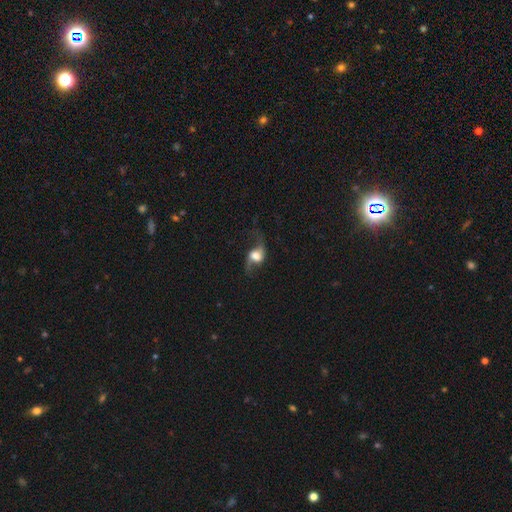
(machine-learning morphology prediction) Q: Smooth or featured?
A: featured or disk (68%); runner-up: smooth (23%)
Q: Edge-on disk?
A: no (91%); runner-up: yes (9%)
Q: Bar?
A: no (49%); runner-up: weak (35%)
Q: Spiral arms?
A: yes (90%); runner-up: no (10%)
Q: Spiral winding?
A: loose (87%); runner-up: medium (10%)
Q: Spiral arm count?
A: 2 (91%); runner-up: 1 (4%)
Q: Bulge size?
A: large (46%); runner-up: moderate (25%)
Q: Merging?
A: none (60%); runner-up: major disturbance (20%)